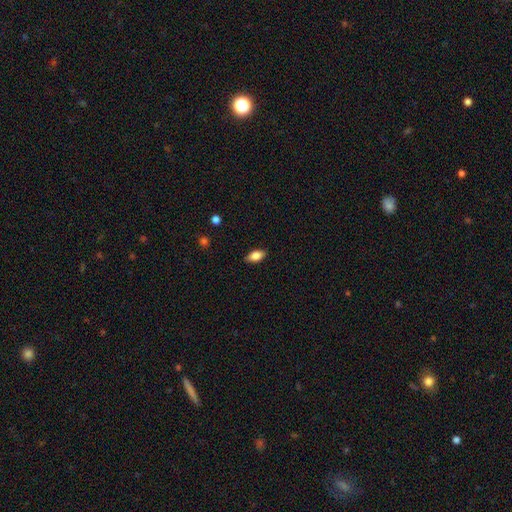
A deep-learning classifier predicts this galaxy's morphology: type=smooth (82%); roundness=in between (89%); merging=none (87%).